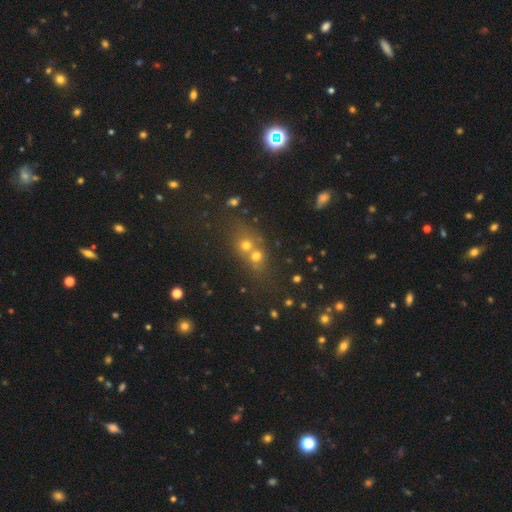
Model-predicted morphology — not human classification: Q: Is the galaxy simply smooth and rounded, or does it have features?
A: smooth — 56%.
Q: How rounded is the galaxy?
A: round — 72%.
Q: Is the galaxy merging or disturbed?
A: merger — 57%.